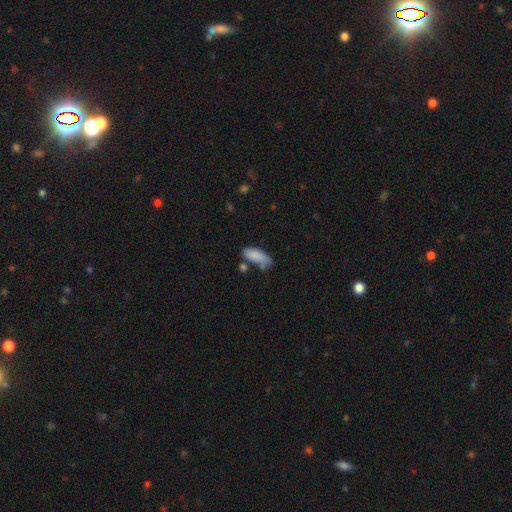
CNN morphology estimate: Smooth or featured? Predicted: smooth (p=0.86). How rounded? Predicted: in between (p=0.76). Merging? Predicted: none (p=0.53).